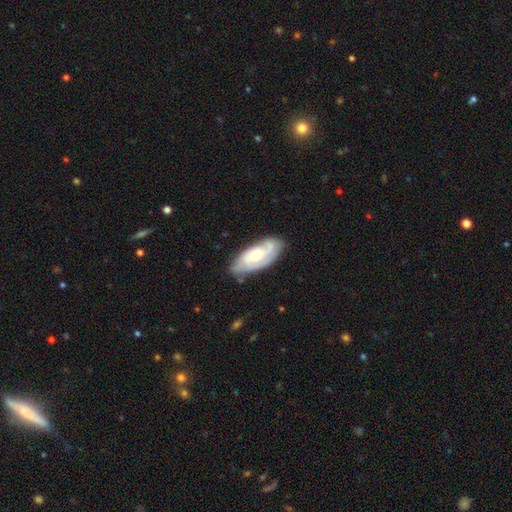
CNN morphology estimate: Smooth or featured? featured or disk (69%)
Edge-on disk? no (92%)
Bar? no (71%)
Spiral arms? yes (89%)
Spiral winding? tight (57%)
Spiral arm count? can't tell (37%)
Bulge size? moderate (49%)
Merging? none (69%)